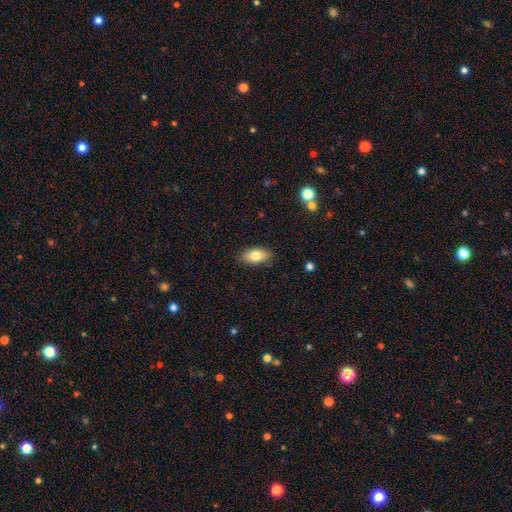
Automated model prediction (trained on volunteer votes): This is likely a smooth galaxy (78%). How rounded: clearly in between (89%). Merging: clearly none (86%).